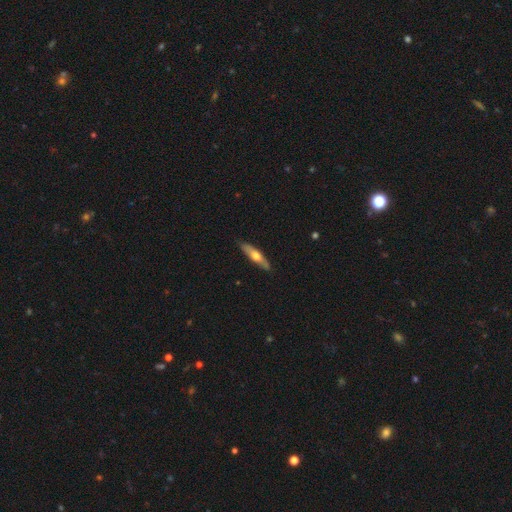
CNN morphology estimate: A smooth galaxy with no disk features (48%).

Vote fractions:
- Smooth or featured? smooth: 48% / featured or disk: 47% / star or artifact: 5%
- Merging? none: 85% / minor disturbance: 12% / major disturbance: 2% / merger: 1%